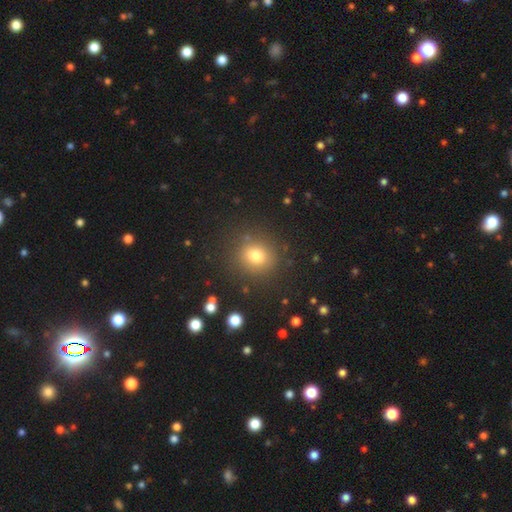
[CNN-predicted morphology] smooth 76%, star or artifact 16%, featured or disk 8%. Down the decision tree: how rounded — round (81%); merging — none (86%).